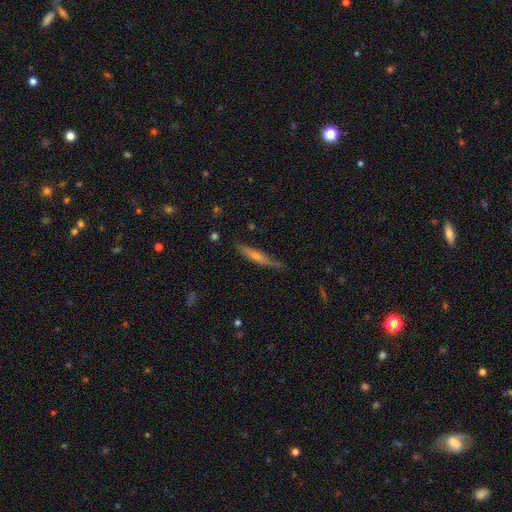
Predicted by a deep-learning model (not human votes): Morphology: type=featured or disk (52%); edge-on=yes (91%); merging=none (75%).